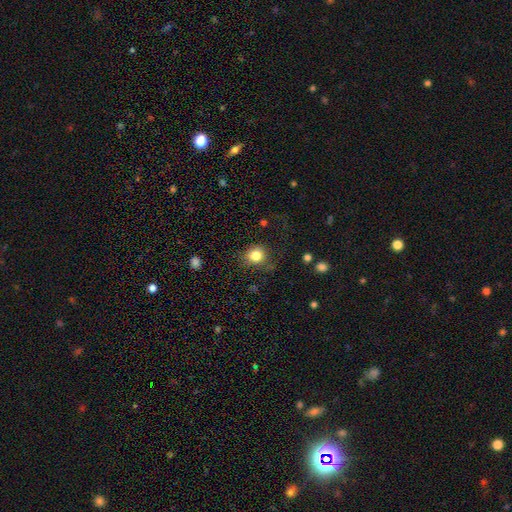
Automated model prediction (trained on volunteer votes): A smooth galaxy with no disk features (83%) that is round (79%). Merging: none (77%).